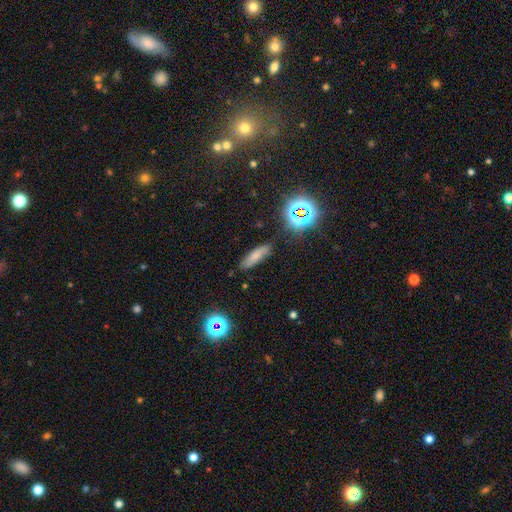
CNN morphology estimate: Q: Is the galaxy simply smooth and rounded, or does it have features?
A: smooth — 69%.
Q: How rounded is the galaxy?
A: cigar-shaped — 56%.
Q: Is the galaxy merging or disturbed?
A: none — 79%.